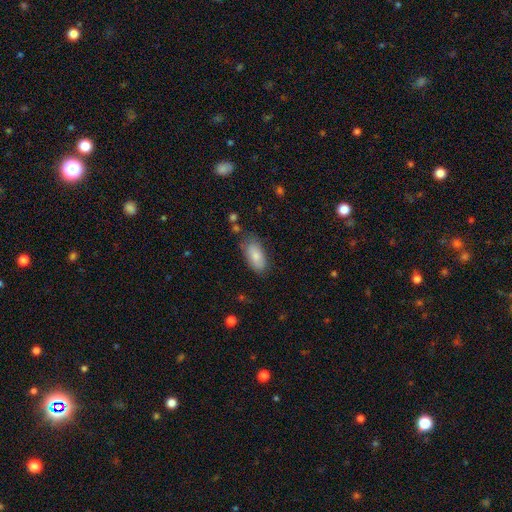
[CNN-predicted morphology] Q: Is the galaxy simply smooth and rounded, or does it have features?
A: smooth — 84%.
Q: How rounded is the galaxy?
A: in between — 91%.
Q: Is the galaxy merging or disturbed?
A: none — 71%.